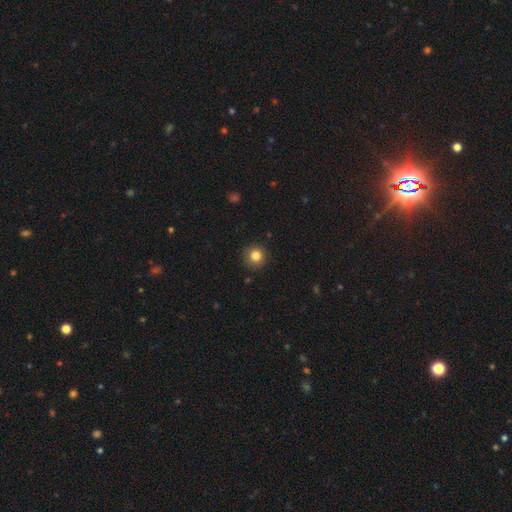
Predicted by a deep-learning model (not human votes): A smooth galaxy with no disk features (83%) that is round (94%).

Vote fractions:
- Smooth or featured? smooth: 83% / star or artifact: 11% / featured or disk: 6%
- How rounded? round: 94% / in between: 5% / cigar-shaped: 1%
- Merging? none: 89% / minor disturbance: 8% / major disturbance: 2% / merger: 1%